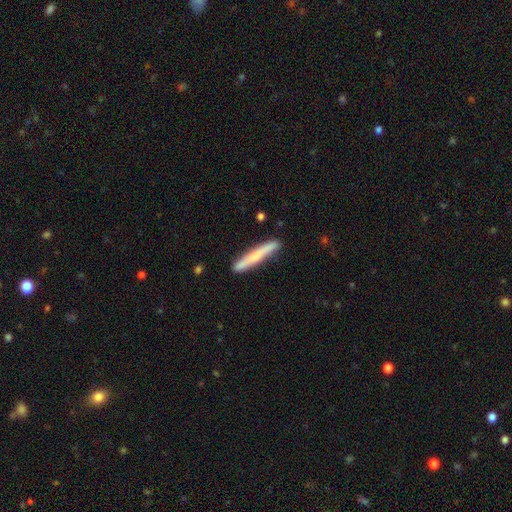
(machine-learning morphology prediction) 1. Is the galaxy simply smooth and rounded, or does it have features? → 61% smooth, 34% featured or disk, 5% star or artifact.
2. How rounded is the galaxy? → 96% cigar-shaped, 3% in between, 1% round.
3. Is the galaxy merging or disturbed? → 88% none, 9% minor disturbance, 2% major disturbance, 2% merger.